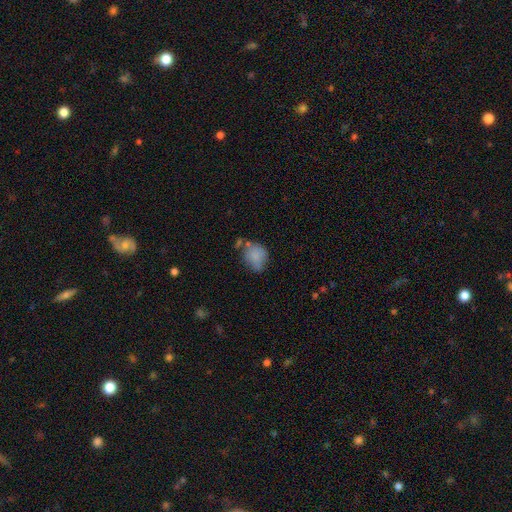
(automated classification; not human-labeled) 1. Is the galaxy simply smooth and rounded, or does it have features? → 78% smooth, 13% featured or disk, 10% star or artifact.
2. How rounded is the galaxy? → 54% round, 45% in between, 1% cigar-shaped.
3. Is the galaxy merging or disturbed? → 43% none, 30% minor disturbance, 14% merger, 13% major disturbance.